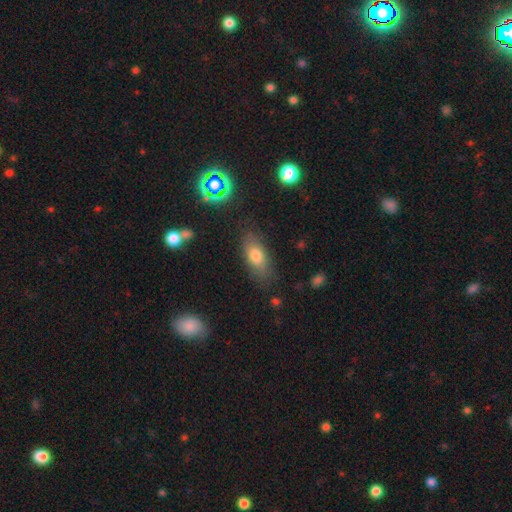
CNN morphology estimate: A smooth galaxy with no disk features (72%) that is in between round and cigar-shaped (82%). Merging: none (78%).